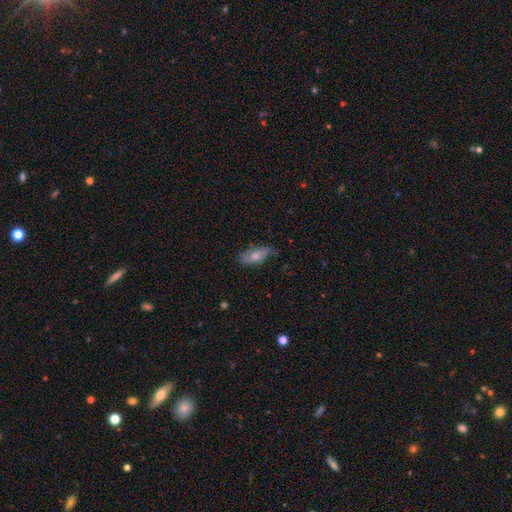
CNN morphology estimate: Smooth or featured?
  - smooth: 63% *
  - featured or disk: 30%
  - star or artifact: 7%
How rounded?
  - in between: 80% *
  - cigar-shaped: 16%
  - round: 3%
Merging?
  - none: 67% *
  - minor disturbance: 25%
  - major disturbance: 6%
  - merger: 2%